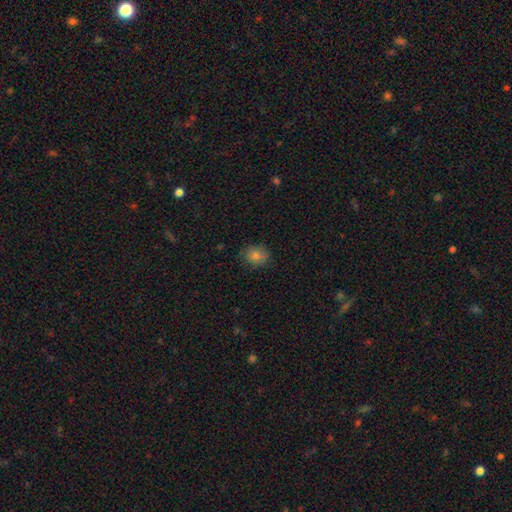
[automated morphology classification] Smooth or featured? smooth (78%)
How rounded? round (62%)
Merging? none (84%)